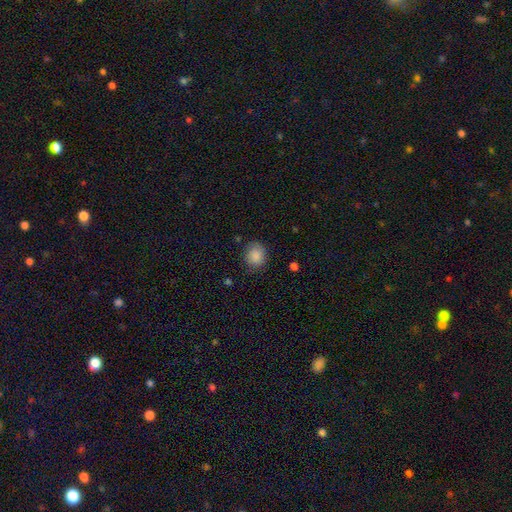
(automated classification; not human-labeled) Q: Smooth or featured?
A: smooth (87%); runner-up: star or artifact (8%)
Q: How rounded?
A: round (74%); runner-up: in between (25%)
Q: Merging?
A: none (81%); runner-up: minor disturbance (14%)